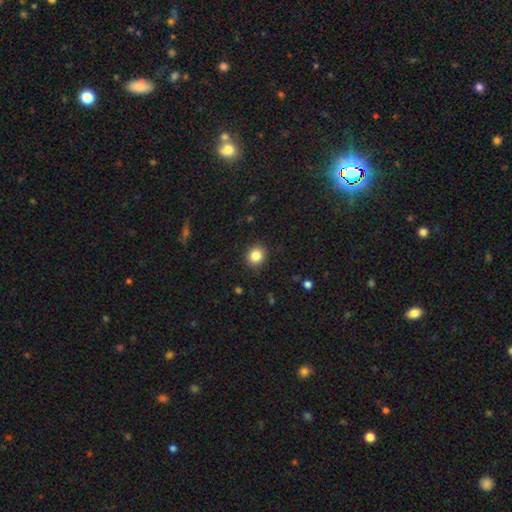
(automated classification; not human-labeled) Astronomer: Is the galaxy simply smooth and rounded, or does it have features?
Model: smooth — 85%.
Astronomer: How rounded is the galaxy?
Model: round — 83%.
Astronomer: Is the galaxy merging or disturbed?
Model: none — 90%.